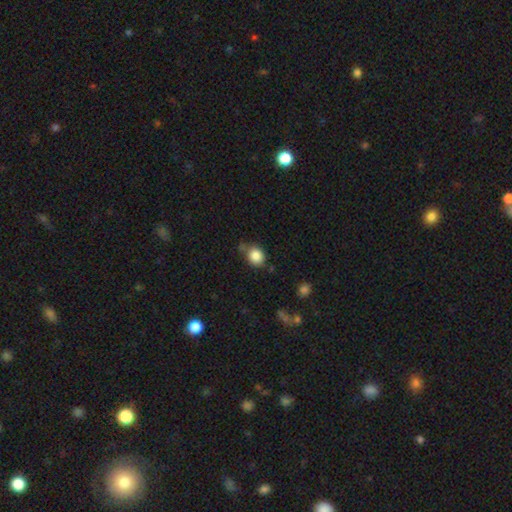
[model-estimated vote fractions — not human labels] Smooth or featured?
  - smooth: 85% *
  - star or artifact: 10%
  - featured or disk: 5%
How rounded?
  - round: 65% *
  - in between: 34%
  - cigar-shaped: 1%
Merging?
  - none: 68% *
  - minor disturbance: 18%
  - merger: 9%
  - major disturbance: 5%